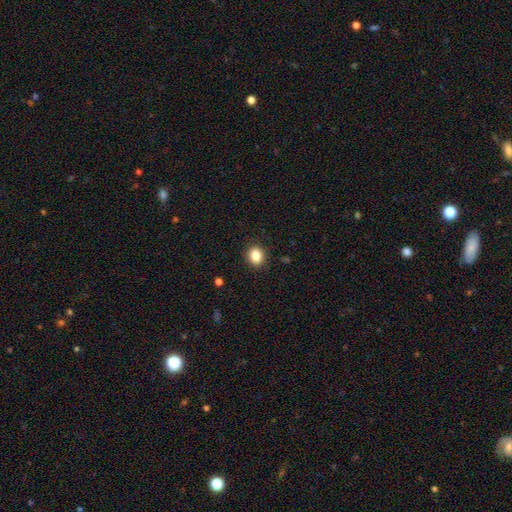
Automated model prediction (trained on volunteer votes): Morphology: type=smooth (86%); roundness=round (69%); merging=none (90%).